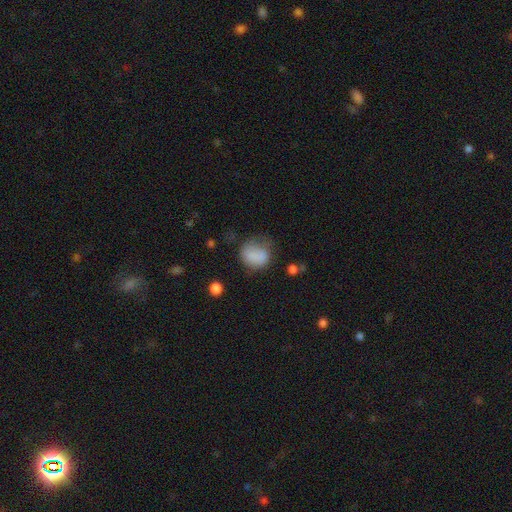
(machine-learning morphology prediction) type=smooth (79%); roundness=round (60%); merging=none (45%).